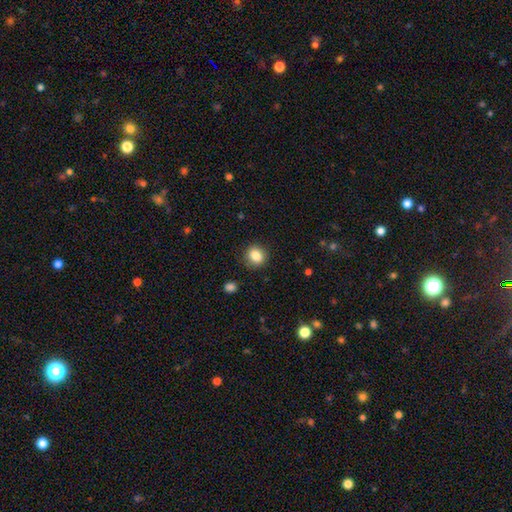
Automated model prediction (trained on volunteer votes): smooth_or_featured: smooth (p=0.85) [alt: star or artifact p=0.10]
how_rounded: round (p=0.78) [alt: in between p=0.21]
merging: none (p=0.87) [alt: minor disturbance p=0.09]